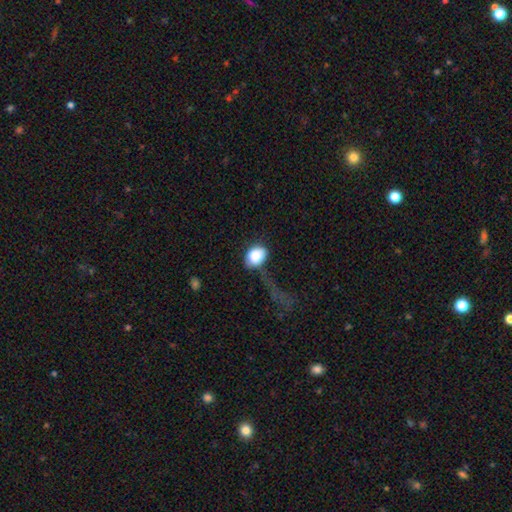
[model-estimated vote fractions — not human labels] Smooth or featured? Predicted: smooth (p=0.85). How rounded? Predicted: in between (p=0.63). Merging? Predicted: major disturbance (p=0.39).